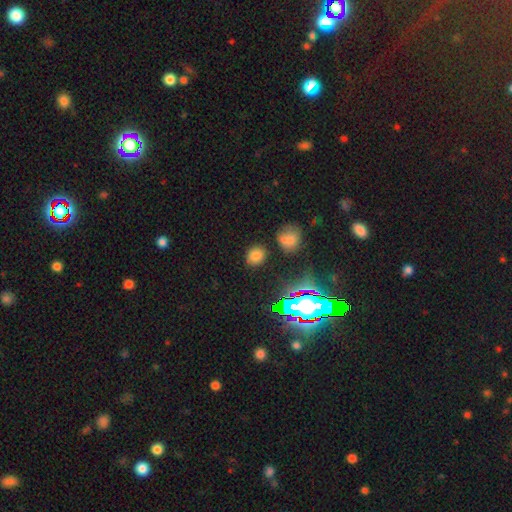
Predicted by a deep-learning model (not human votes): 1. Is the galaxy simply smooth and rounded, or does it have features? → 71% smooth, 22% star or artifact, 7% featured or disk.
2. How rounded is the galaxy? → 66% round, 32% in between, 1% cigar-shaped.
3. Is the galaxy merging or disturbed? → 84% none, 8% minor disturbance, 4% merger, 3% major disturbance.